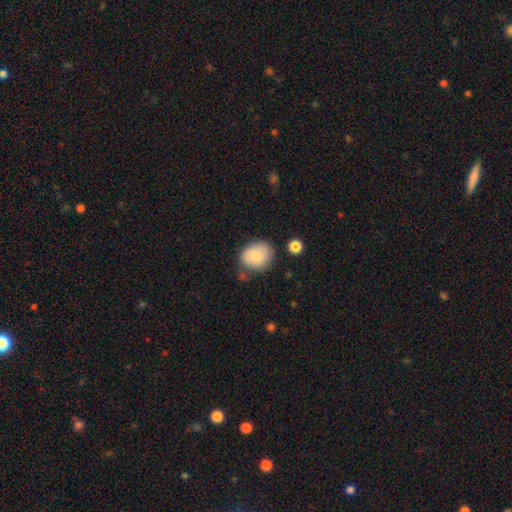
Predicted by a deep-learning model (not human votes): Smooth or featured: smooth — 82% (featured or disk — 10%)
How rounded: round — 53% (in between — 46%)
Merging: none — 67% (minor disturbance — 22%)